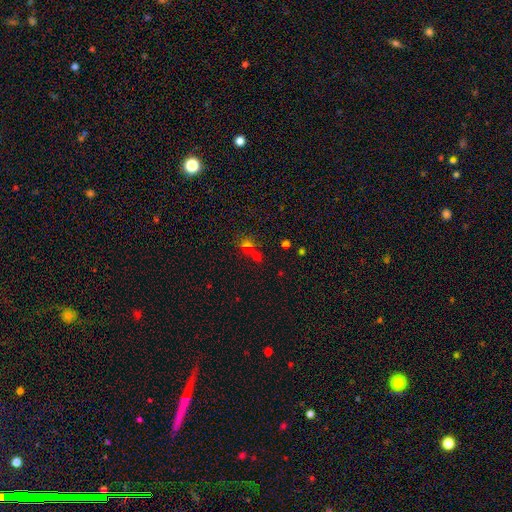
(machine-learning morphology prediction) Smooth or featured: smooth — 47% (star or artifact — 42%)
Merging: none — 47% (merger — 39%)